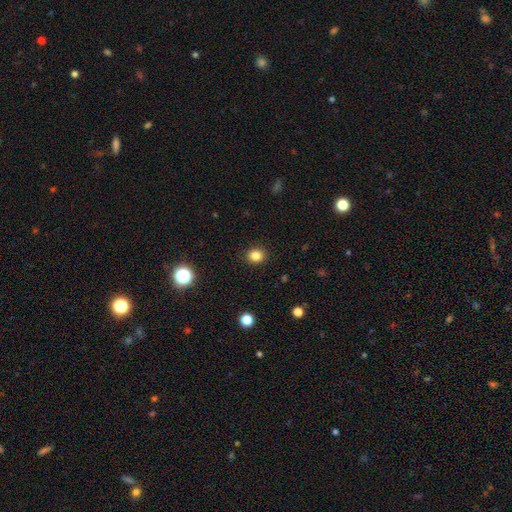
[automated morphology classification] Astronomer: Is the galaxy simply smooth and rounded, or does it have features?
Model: smooth — 83%.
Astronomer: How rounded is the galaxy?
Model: round — 77%.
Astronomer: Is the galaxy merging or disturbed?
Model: none — 91%.